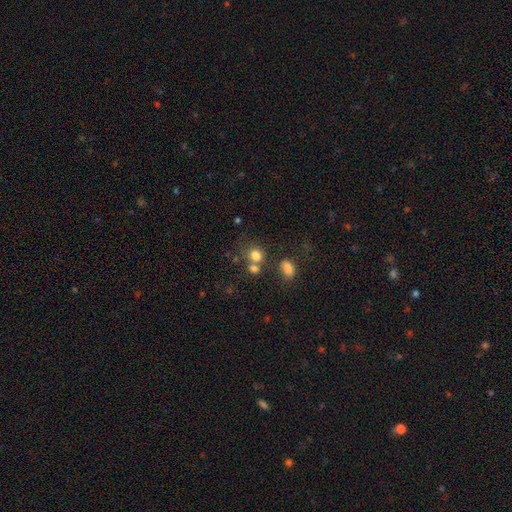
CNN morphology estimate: smooth 79%, star or artifact 13%, featured or disk 8%. Down the decision tree: how rounded — round (70%); merging — none (52%).